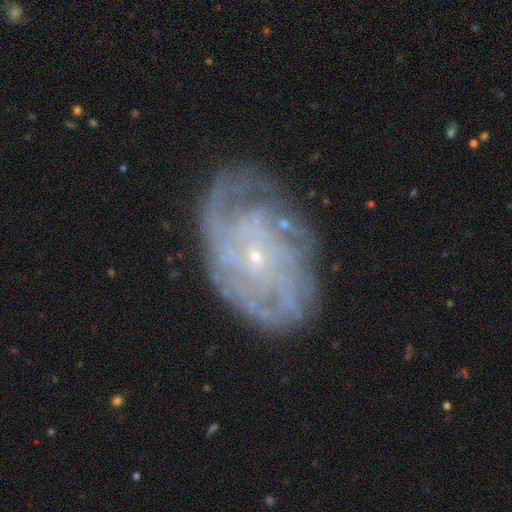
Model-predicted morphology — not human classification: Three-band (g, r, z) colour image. It shows a featured or disk galaxy (83%) with no bar (72%), tight (63%) spiral arms (90%) and a small central bulge (87%). Merging: none (69%).